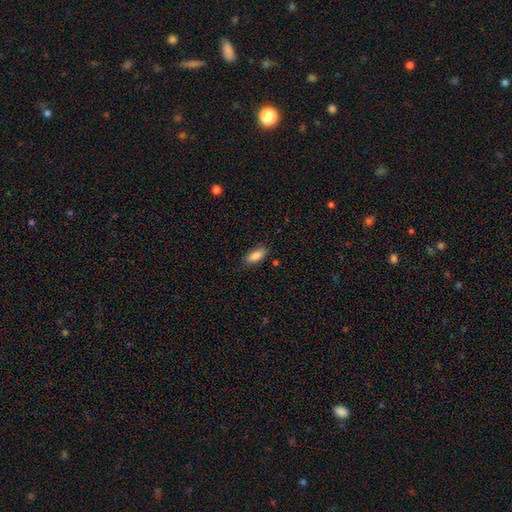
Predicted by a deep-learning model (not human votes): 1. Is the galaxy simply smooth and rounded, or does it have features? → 86% smooth, 7% star or artifact, 7% featured or disk.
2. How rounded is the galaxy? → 85% in between, 13% cigar-shaped, 2% round.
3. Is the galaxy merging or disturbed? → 81% none, 15% minor disturbance, 3% major disturbance, 2% merger.